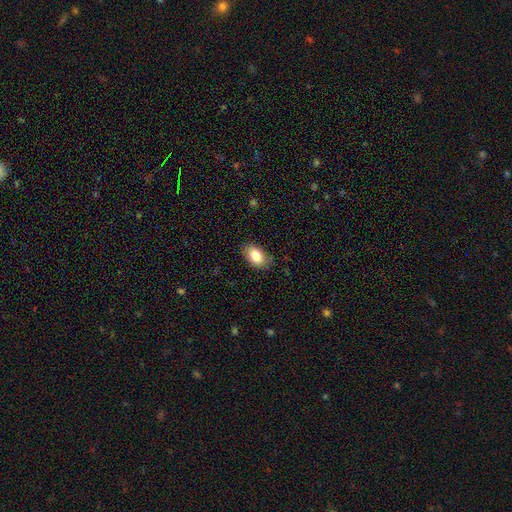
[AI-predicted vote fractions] Overall: smooth (82%). How rounded: in between (90%). Merging: none (82%).